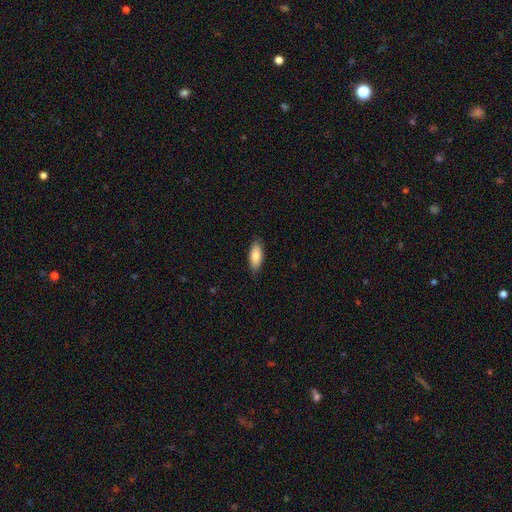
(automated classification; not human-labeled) Smooth or featured? Predicted: smooth (p=0.82). How rounded? Predicted: in between (p=0.80). Merging? Predicted: none (p=0.85).